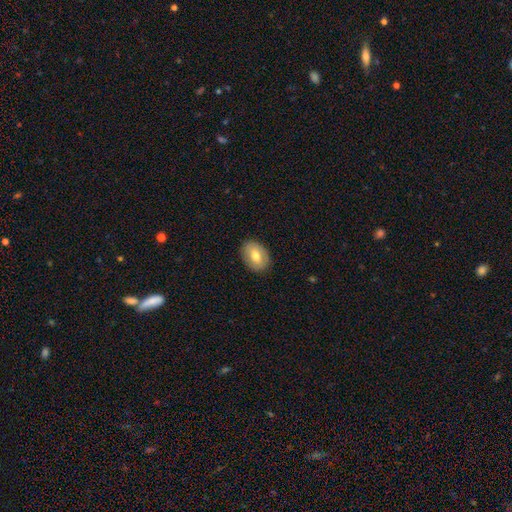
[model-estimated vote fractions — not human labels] Smooth or featured? Predicted: smooth (p=0.67). How rounded? Predicted: in between (p=0.76). Merging? Predicted: none (p=0.87).